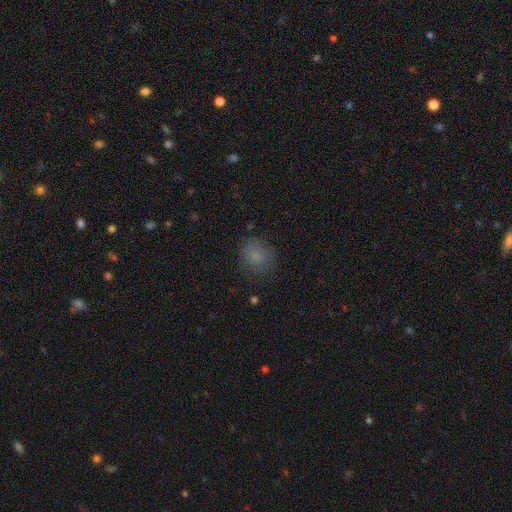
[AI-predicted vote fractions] A smooth galaxy with no disk features (77%) that is round (79%). Merging: none (73%).